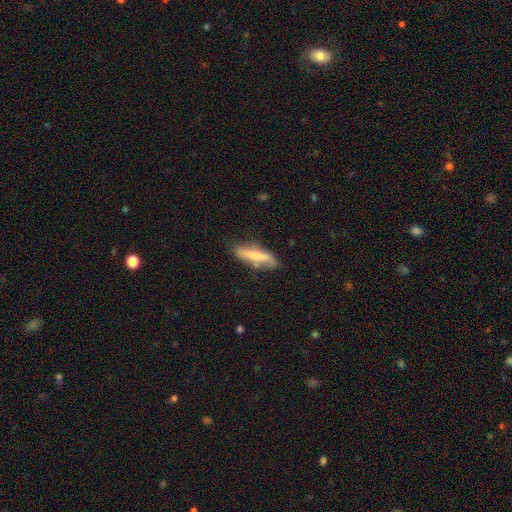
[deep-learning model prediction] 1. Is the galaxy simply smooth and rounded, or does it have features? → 59% smooth, 35% featured or disk, 6% star or artifact.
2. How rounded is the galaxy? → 73% cigar-shaped, 25% in between, 2% round.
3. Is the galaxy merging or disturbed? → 67% none, 23% minor disturbance, 6% major disturbance, 4% merger.